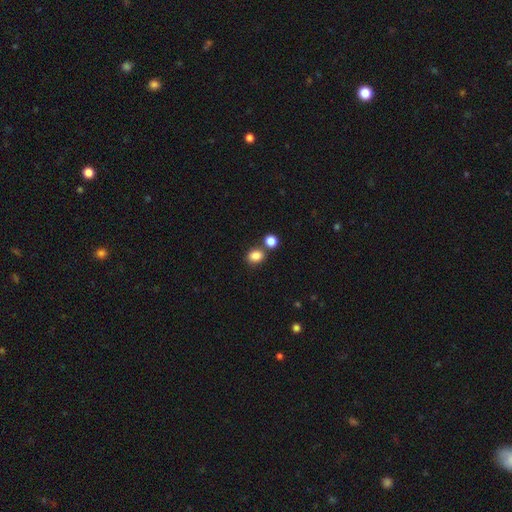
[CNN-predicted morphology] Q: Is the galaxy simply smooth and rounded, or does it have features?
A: smooth — 85%.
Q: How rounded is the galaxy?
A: in between — 53%.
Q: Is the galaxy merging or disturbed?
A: none — 67%.